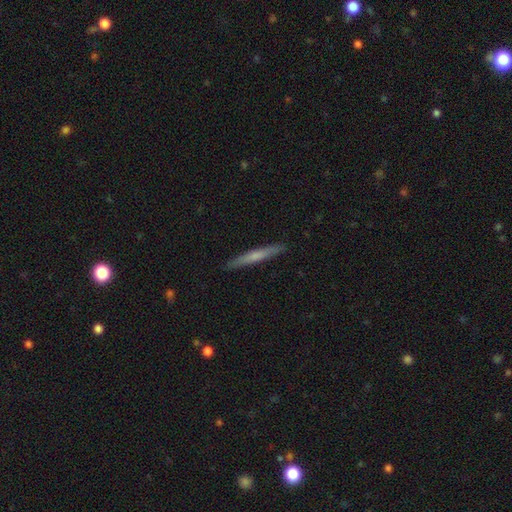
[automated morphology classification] Smooth or featured? Predicted: smooth (p=0.54). How rounded? Predicted: cigar-shaped (p=0.96). Merging? Predicted: none (p=0.92).